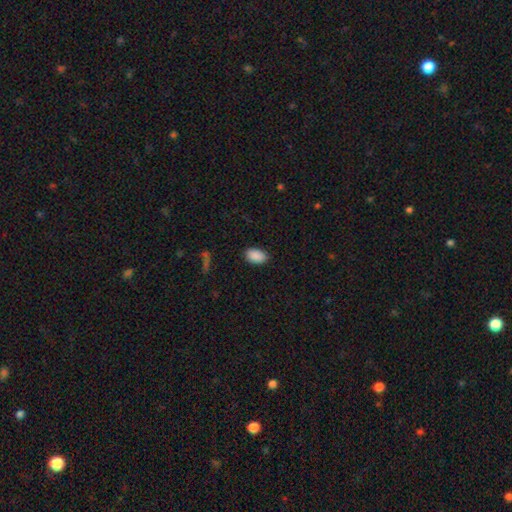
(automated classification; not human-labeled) Smooth or featured: smooth — 90% (star or artifact — 7%)
How rounded: in between — 92% (round — 7%)
Merging: none — 86% (minor disturbance — 11%)